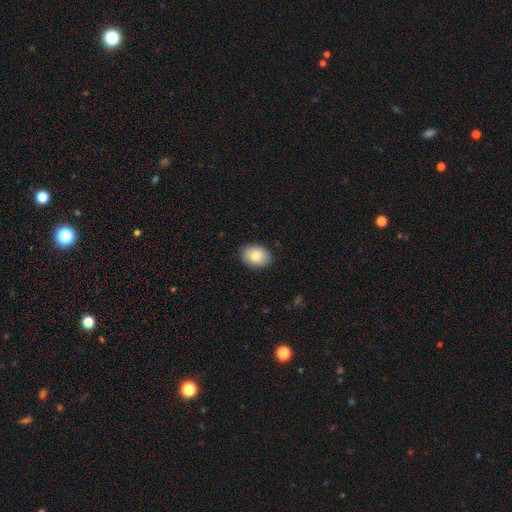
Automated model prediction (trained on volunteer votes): Smooth or featured? smooth (79%)
How rounded? in between (68%)
Merging? none (86%)